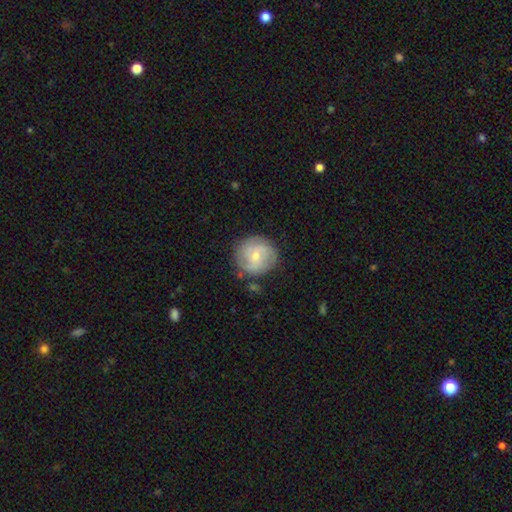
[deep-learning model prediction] Q: Smooth or featured?
A: featured or disk (56%); runner-up: smooth (37%)
Q: Edge-on disk?
A: no (98%); runner-up: yes (2%)
Q: Bar?
A: no (53%); runner-up: weak (41%)
Q: Spiral arms?
A: yes (83%); runner-up: no (17%)
Q: Bulge size?
A: small (48%); runner-up: moderate (47%)
Q: Merging?
A: none (79%); runner-up: minor disturbance (14%)